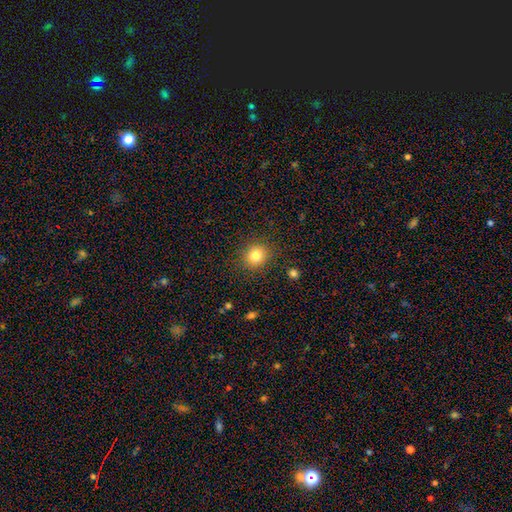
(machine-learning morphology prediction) smooth-or-featured: smooth: 82% | star or artifact: 12% | featured or disk: 7%
  how-rounded: round: 80% | in between: 19% | cigar-shaped: 1%
  merging: none: 88% | minor disturbance: 8% | major disturbance: 3% | merger: 1%